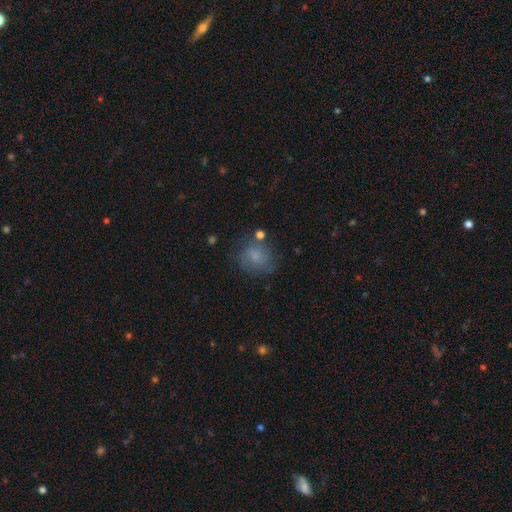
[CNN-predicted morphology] Smooth or featured? Predicted: smooth (p=0.68). How rounded? Predicted: round (p=0.72). Merging? Predicted: none (p=0.61).